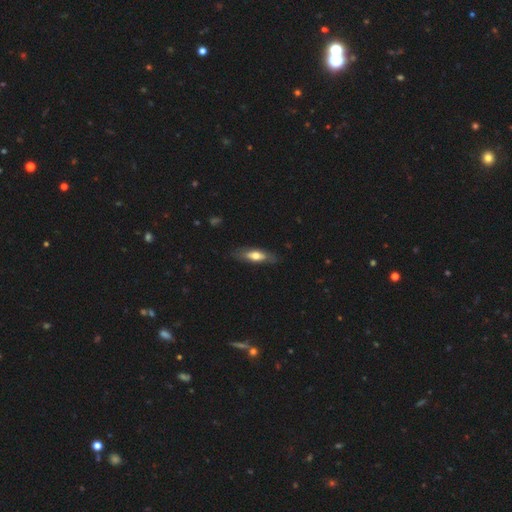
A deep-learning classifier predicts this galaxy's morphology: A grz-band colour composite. It shows a smooth galaxy with no disk features (54%) that is in between round and cigar-shaped (51%). Merging: none (78%).